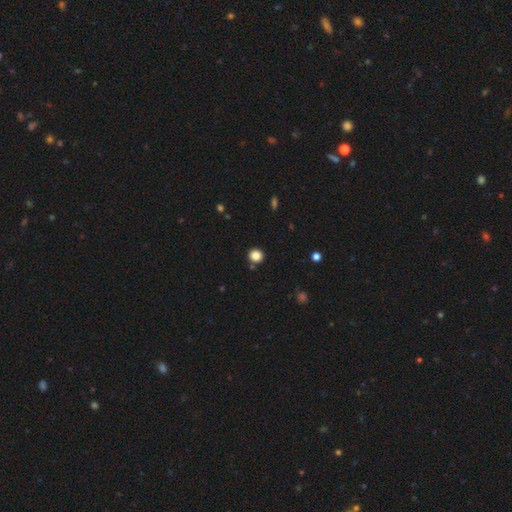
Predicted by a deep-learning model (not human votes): smooth_or_featured: smooth (p=0.85) [alt: star or artifact p=0.12]
how_rounded: round (p=0.91) [alt: in between p=0.08]
merging: none (p=0.87) [alt: minor disturbance p=0.07]